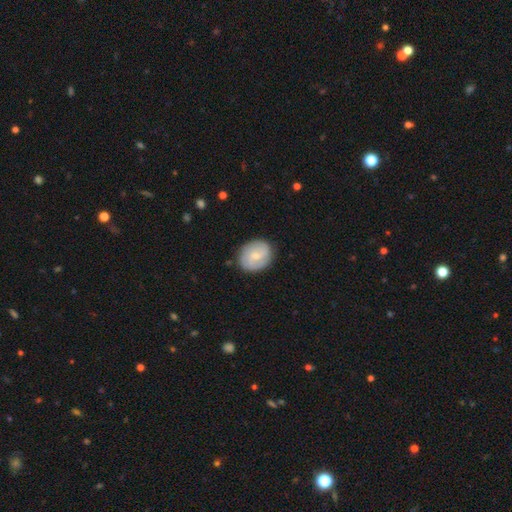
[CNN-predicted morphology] This appears to be a smooth galaxy with no disk features (48%). Merging: none (84%).